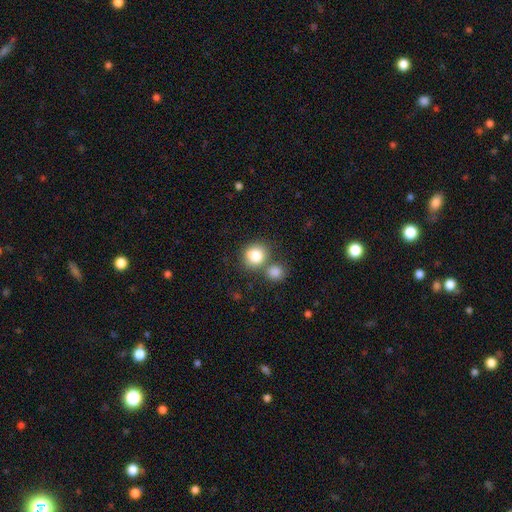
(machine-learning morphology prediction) The model was most divided on "merging": none: 54%, merger: 30%, minor disturbance: 11%, major disturbance: 4%. More confident: smooth or featured — smooth (82%); how rounded — round (81%).